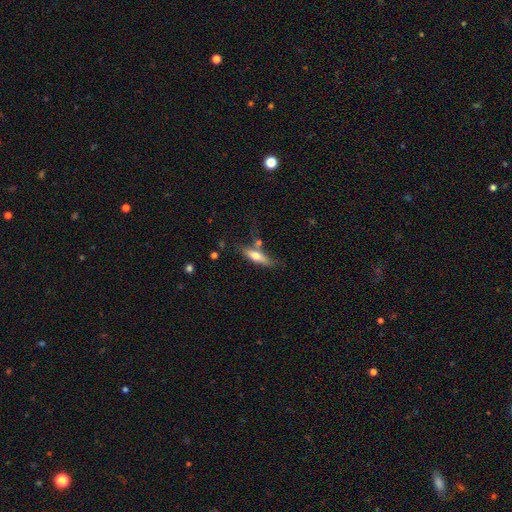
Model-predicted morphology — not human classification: Overall: smooth (56%; featured or disk 38%). How rounded: cigar-shaped (64%; in between 34%). Merging: none (62%).